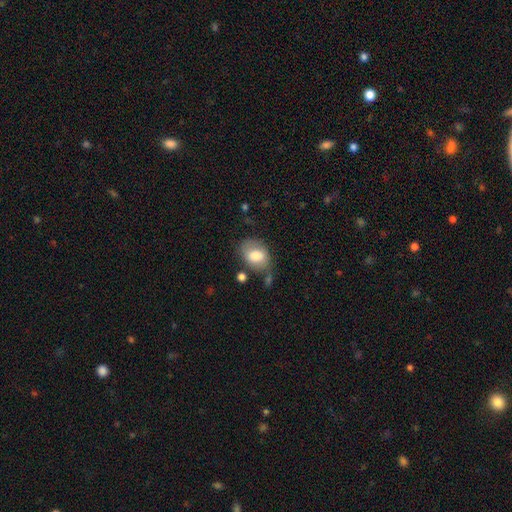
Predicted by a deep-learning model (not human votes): Smooth or featured: smooth — 73% (featured or disk — 20%)
How rounded: in between — 73% (round — 26%)
Merging: none — 59% (minor disturbance — 24%)